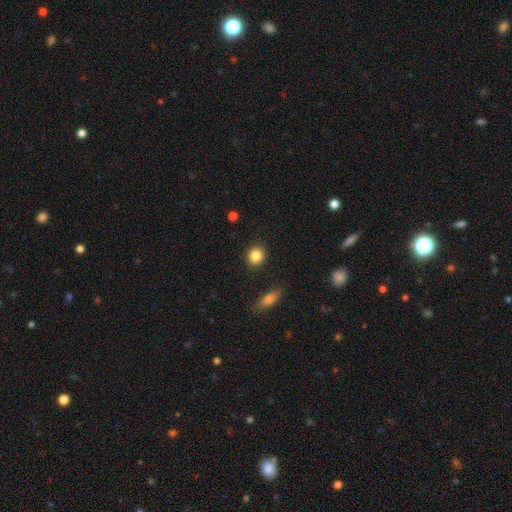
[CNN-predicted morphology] Q: Smooth or featured?
A: smooth (85%); runner-up: star or artifact (9%)
Q: How rounded?
A: round (78%); runner-up: in between (21%)
Q: Merging?
A: none (89%); runner-up: minor disturbance (7%)